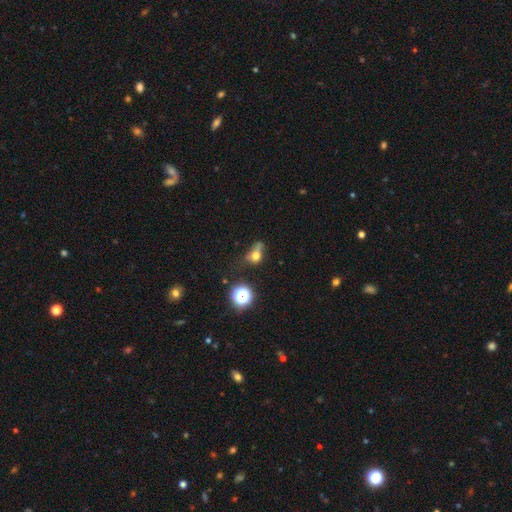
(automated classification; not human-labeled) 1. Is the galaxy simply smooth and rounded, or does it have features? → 62% smooth, 21% featured or disk, 17% star or artifact.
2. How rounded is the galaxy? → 49% in between, 45% round, 5% cigar-shaped.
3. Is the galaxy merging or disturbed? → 30% none (tied), 30% major disturbance (tied), 29% minor disturbance, 11% merger.